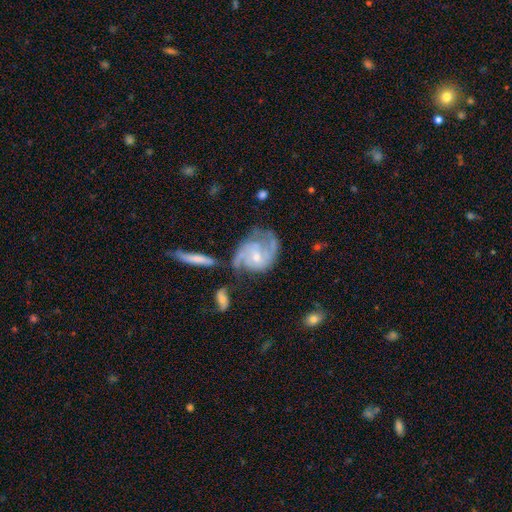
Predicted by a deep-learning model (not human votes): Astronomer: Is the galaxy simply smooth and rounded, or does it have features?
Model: featured or disk — 83%.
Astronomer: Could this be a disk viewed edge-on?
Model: no — 97%.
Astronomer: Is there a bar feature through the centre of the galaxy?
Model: no — 60%.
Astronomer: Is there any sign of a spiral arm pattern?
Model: yes — 93%.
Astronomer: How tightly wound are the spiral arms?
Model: medium — 48% (runner-up: tight, 32%).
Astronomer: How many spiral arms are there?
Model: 2 — 55%.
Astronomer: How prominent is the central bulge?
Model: small — 60%.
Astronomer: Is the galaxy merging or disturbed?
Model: none — 45% (runner-up: minor disturbance, 23%).